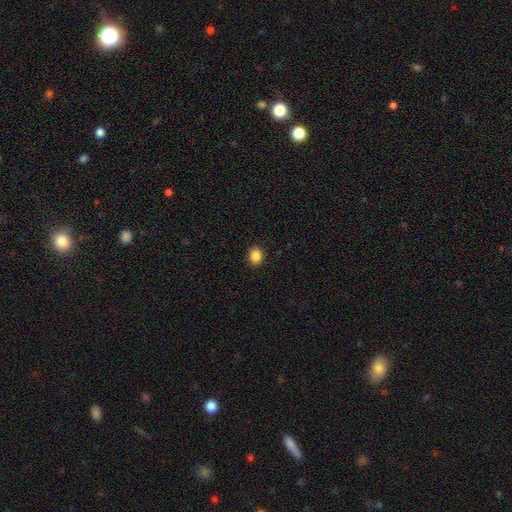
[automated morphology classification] A smooth galaxy with no disk features (86%) that is round (67%). Merging: none (91%).